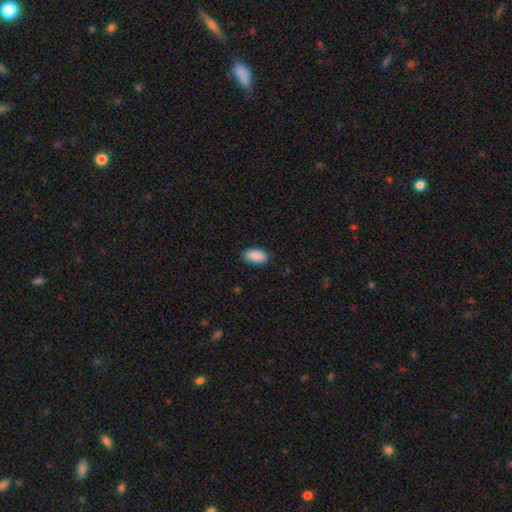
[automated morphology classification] Smooth or featured? Predicted: smooth (p=0.90). How rounded? Predicted: in between (p=0.94). Merging? Predicted: none (p=0.84).